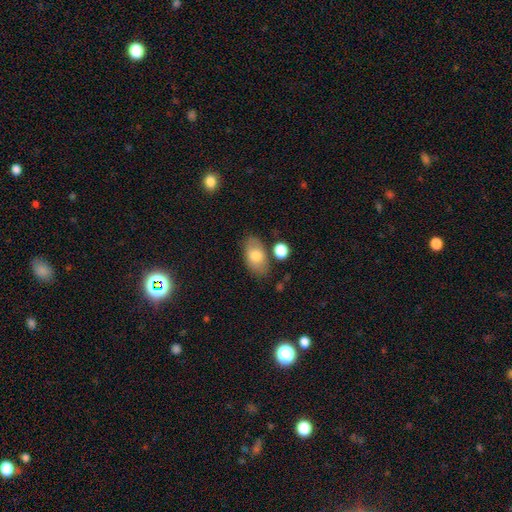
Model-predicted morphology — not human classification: A smooth galaxy with no disk features (75%) that is in between round and cigar-shaped (92%).

Vote fractions:
- Smooth or featured? smooth: 75% / featured or disk: 18% / star or artifact: 7%
- How rounded? in between: 92% / round: 6% / cigar-shaped: 2%
- Merging? none: 73% / minor disturbance: 15% / merger: 7% / major disturbance: 4%